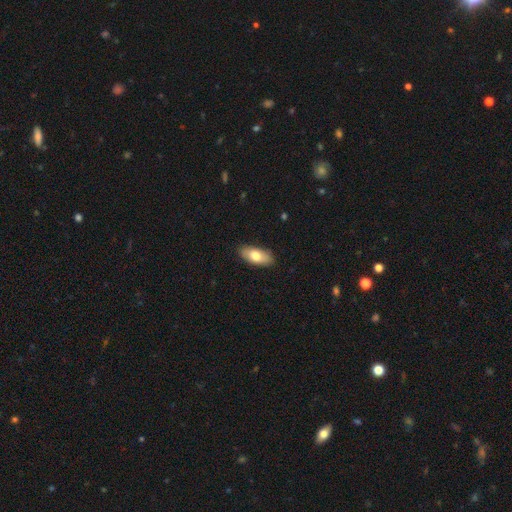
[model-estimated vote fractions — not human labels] A smooth galaxy with no disk features (75%) that is in between round and cigar-shaped (87%).

Vote fractions:
- Smooth or featured? smooth: 75% / featured or disk: 19% / star or artifact: 6%
- How rounded? in between: 87% / cigar-shaped: 11% / round: 3%
- Merging? none: 88% / minor disturbance: 9% / major disturbance: 2% / merger: 1%